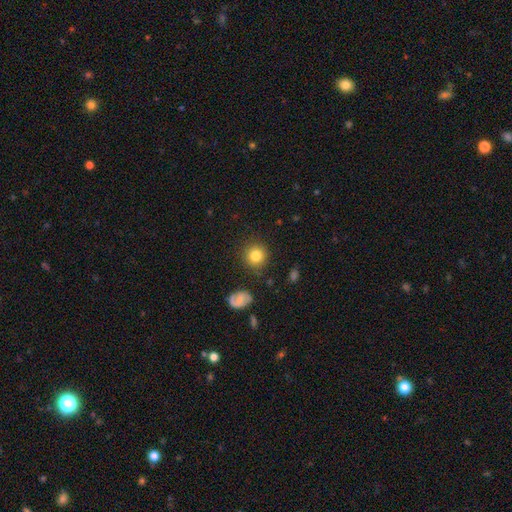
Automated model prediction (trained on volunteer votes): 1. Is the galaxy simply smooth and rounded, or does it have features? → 80% smooth, 10% star or artifact, 10% featured or disk.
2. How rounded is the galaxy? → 92% round, 7% in between, 1% cigar-shaped.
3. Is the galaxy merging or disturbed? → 85% none, 9% minor disturbance, 3% major disturbance, 2% merger.